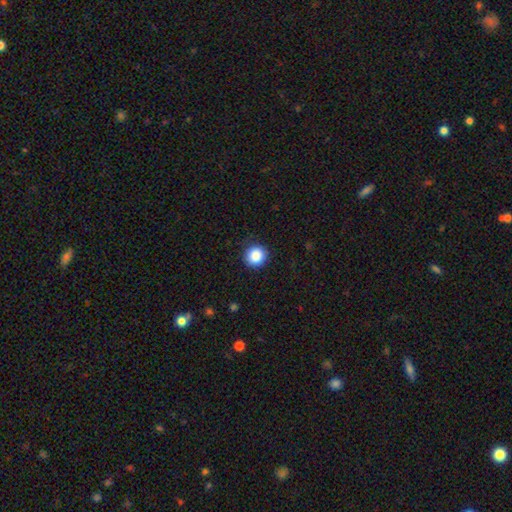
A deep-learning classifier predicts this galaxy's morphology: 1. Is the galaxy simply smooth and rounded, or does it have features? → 88% smooth, 9% star or artifact, 3% featured or disk.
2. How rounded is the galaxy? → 93% round, 6% in between, 1% cigar-shaped.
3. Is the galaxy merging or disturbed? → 90% none, 7% minor disturbance, 2% major disturbance, 1% merger.